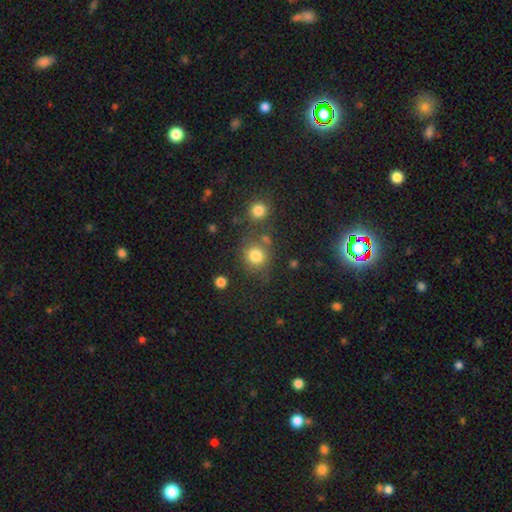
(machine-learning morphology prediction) smooth 79%, star or artifact 14%, featured or disk 7%. Down the decision tree: how rounded — round (84%); merging — none (67%).